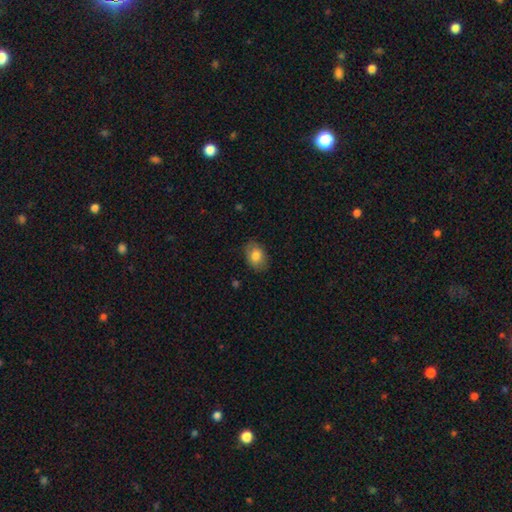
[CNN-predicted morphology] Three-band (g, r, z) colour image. It shows a smooth galaxy with no disk features (81%) that is in between round and cigar-shaped (79%). Merging: none (81%).